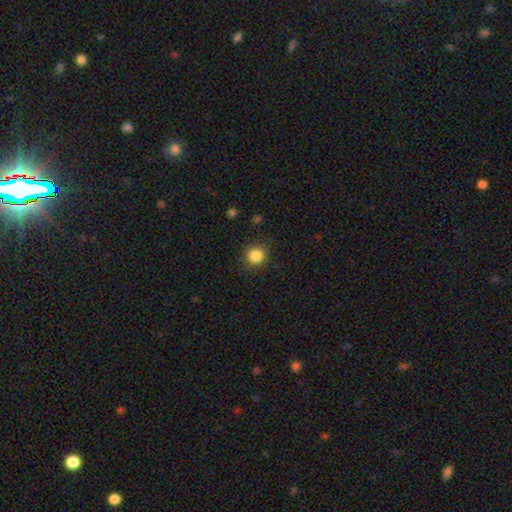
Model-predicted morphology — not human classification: type=smooth (85%); roundness=round (91%); merging=none (87%).